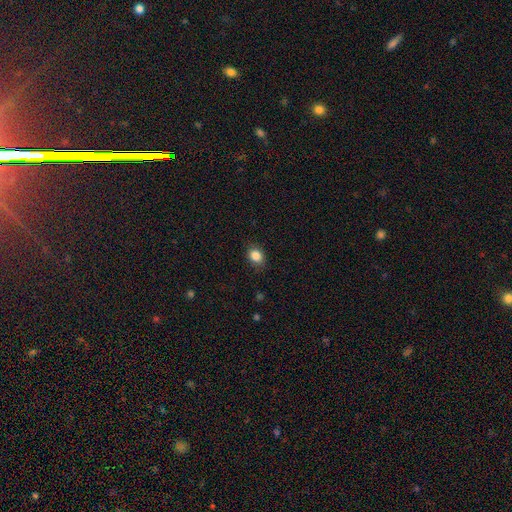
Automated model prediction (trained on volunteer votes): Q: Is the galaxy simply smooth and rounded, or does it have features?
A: smooth — 85%.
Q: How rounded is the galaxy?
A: in between — 54%.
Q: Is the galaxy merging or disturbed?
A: none — 83%.